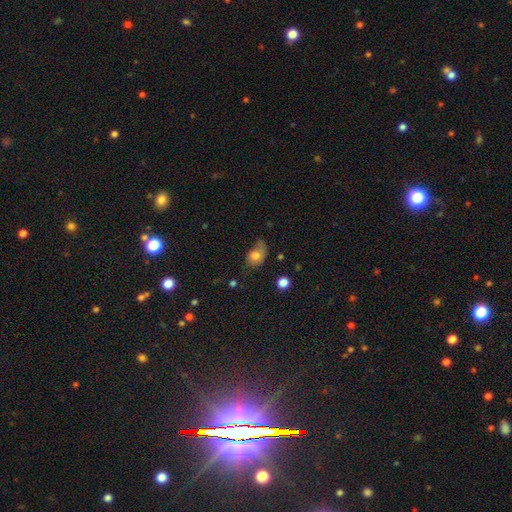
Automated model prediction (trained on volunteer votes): The model was most divided on "merging": none: 38%, minor disturbance: 37%, major disturbance: 22%, merger: 3%. More confident: how rounded — in between (75%); smooth or featured — smooth (73%).